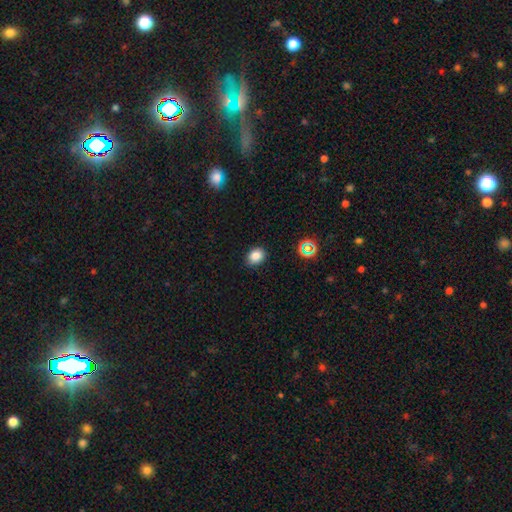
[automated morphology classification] The model was most divided on "how rounded": round: 51%, in between: 48%, cigar-shaped: 1%. More confident: merging — none (88%); smooth or featured — smooth (81%).